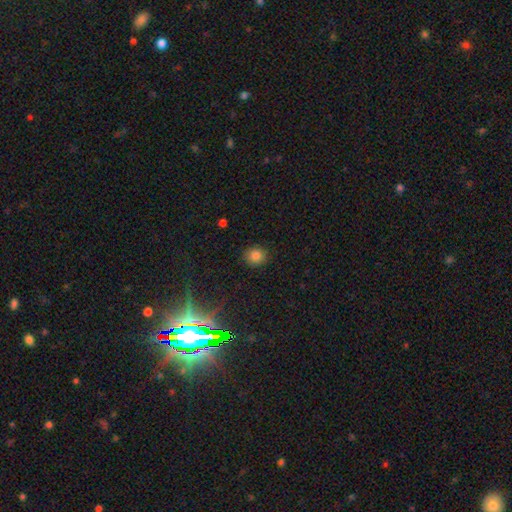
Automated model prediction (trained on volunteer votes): Overall: smooth (81%). How rounded: round (83%). Merging: none (89%).